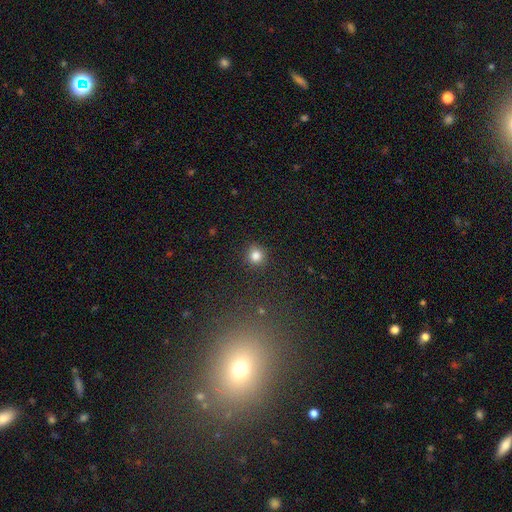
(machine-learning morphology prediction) type=smooth (83%); roundness=round (90%); merging=none (89%).